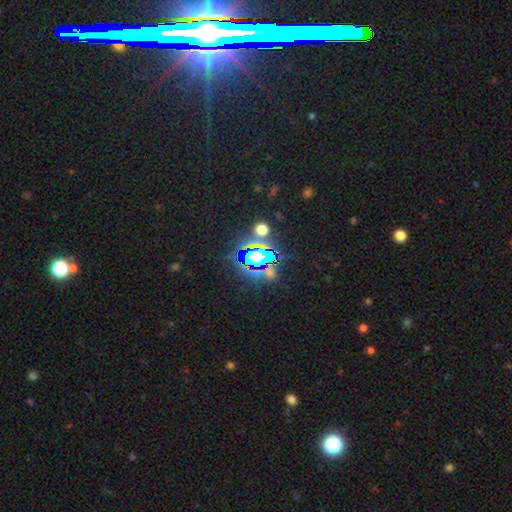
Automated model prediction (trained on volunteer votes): Smooth or featured? Predicted: star or artifact (p=0.66).